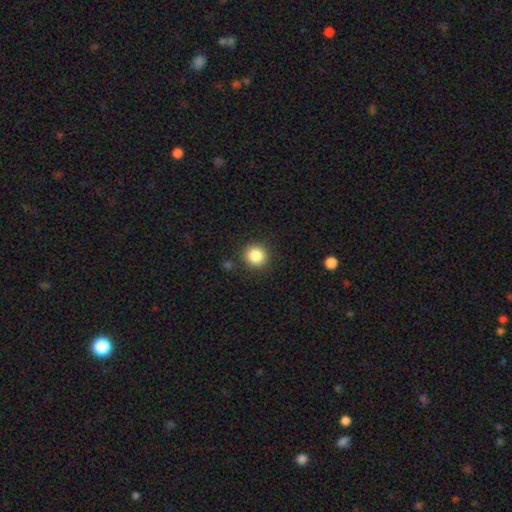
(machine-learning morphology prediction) A smooth galaxy with no disk features (85%) that is round (93%).

Vote fractions:
- Smooth or featured? smooth: 85% / star or artifact: 10% / featured or disk: 4%
- How rounded? round: 93% / in between: 6% / cigar-shaped: 1%
- Merging? none: 89% / minor disturbance: 7% / major disturbance: 3% / merger: 2%